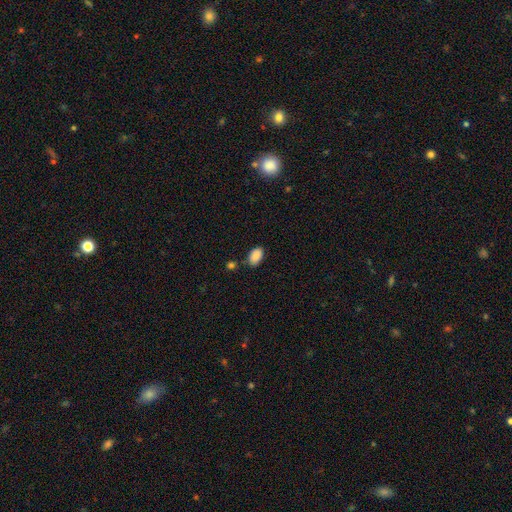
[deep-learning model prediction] This appears to be a smooth galaxy with no disk features (89%) that is in between round and cigar-shaped (92%). Merging: none (78%).